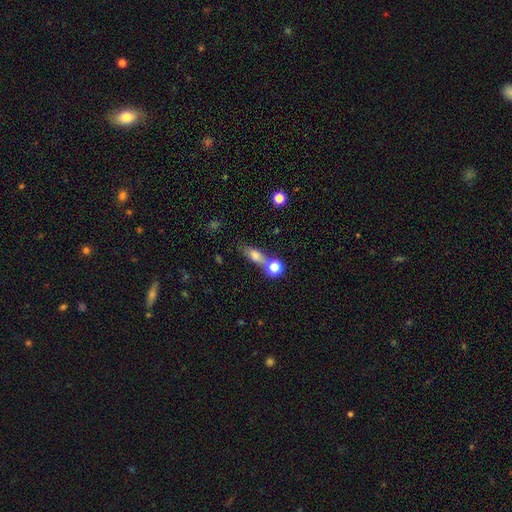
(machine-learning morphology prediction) Q: Smooth or featured?
A: smooth (70%); runner-up: featured or disk (16%)
Q: How rounded?
A: in between (59%); runner-up: cigar-shaped (23%)
Q: Merging?
A: none (51%); runner-up: merger (28%)